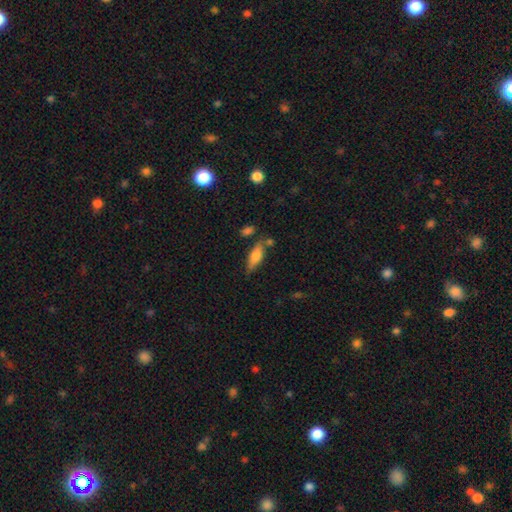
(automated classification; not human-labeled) A smooth galaxy with no disk features (64%) that is in between round and cigar-shaped (51%). Merging: none (69%).